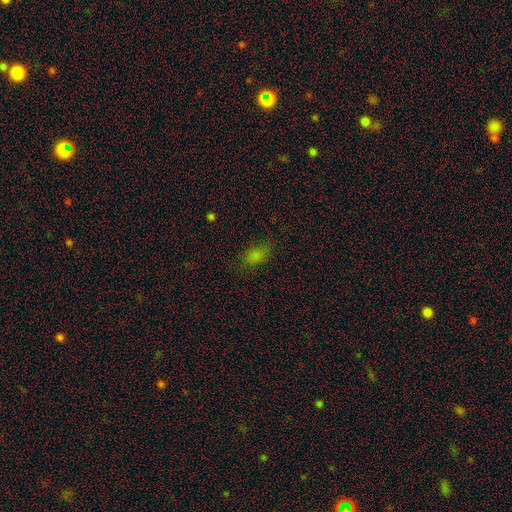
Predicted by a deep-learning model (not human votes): Overall: smooth (75%). How rounded: in between (82%). Merging: none (73%).